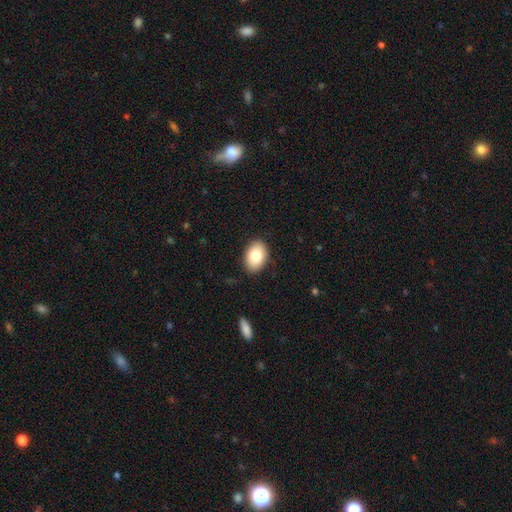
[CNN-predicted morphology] The model was most divided on "smooth or featured": smooth: 81%, featured or disk: 12%, star or artifact: 7%. More confident: merging — none (88%); how rounded — in between (85%).